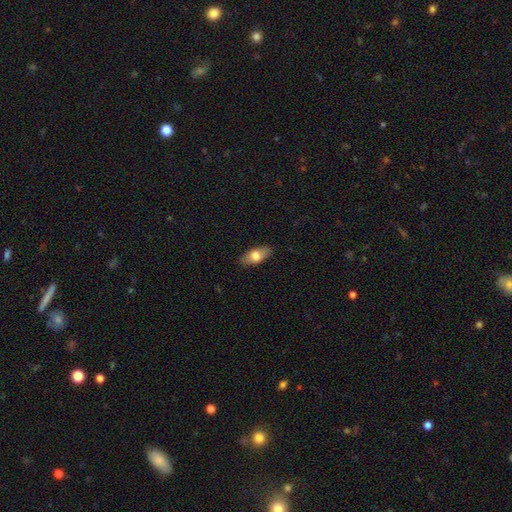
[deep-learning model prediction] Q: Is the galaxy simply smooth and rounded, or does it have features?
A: smooth — 73%.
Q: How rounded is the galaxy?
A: in between — 86%.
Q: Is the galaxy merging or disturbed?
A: none — 87%.